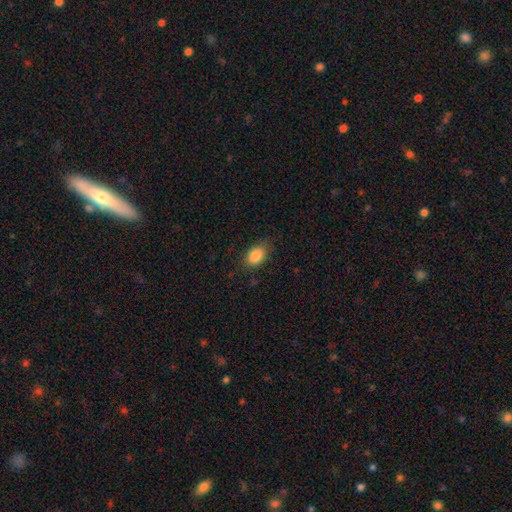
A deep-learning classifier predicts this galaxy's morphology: smooth-or-featured: smooth: 87% | star or artifact: 8% | featured or disk: 5%
  how-rounded: in between: 82% | round: 16% | cigar-shaped: 2%
  merging: none: 78% | minor disturbance: 17% | major disturbance: 4% | merger: 1%